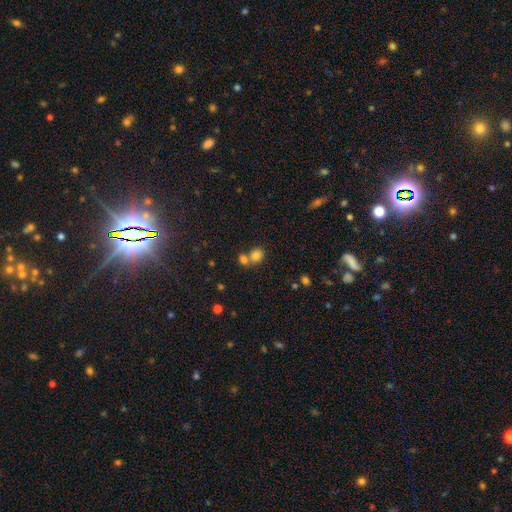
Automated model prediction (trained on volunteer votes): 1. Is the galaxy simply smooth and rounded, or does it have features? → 79% smooth, 12% star or artifact, 9% featured or disk.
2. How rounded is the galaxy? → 67% round, 32% in between, 1% cigar-shaped.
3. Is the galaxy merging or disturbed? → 48% merger, 42% none, 7% minor disturbance, 3% major disturbance.